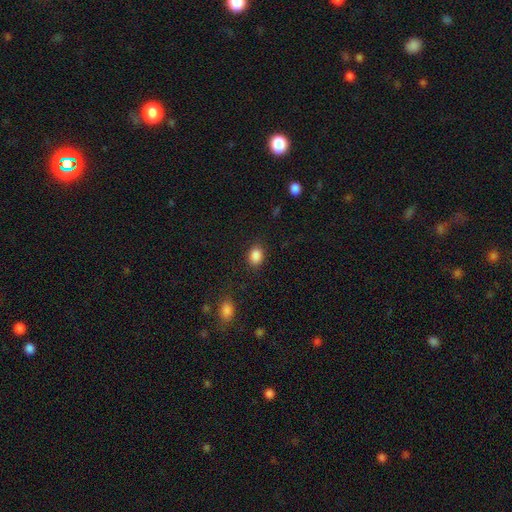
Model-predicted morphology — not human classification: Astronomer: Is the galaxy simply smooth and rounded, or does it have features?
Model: smooth — 87%.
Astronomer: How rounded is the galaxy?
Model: in between — 60% (runner-up: round, 39%).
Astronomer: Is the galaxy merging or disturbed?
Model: none — 85%.